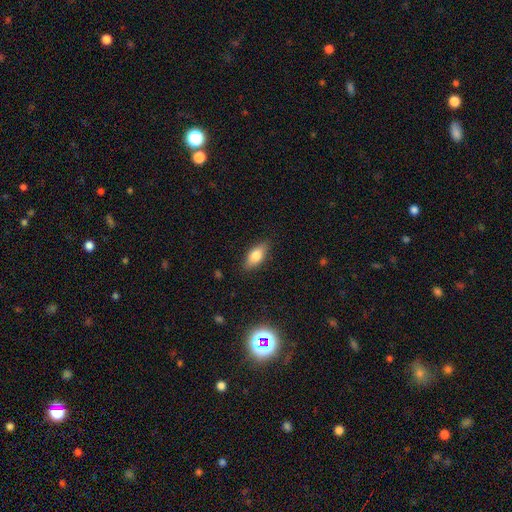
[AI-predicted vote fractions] Q: Smooth or featured?
A: smooth (77%); runner-up: featured or disk (15%)
Q: How rounded?
A: in between (83%); runner-up: cigar-shaped (13%)
Q: Merging?
A: none (85%); runner-up: minor disturbance (11%)